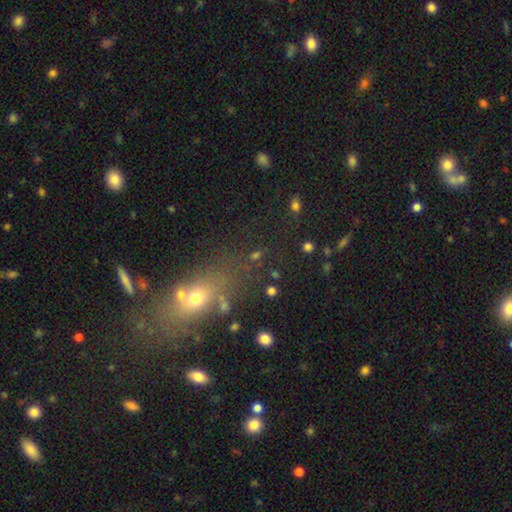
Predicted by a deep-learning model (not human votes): Smooth or featured? Predicted: smooth (p=0.54). How rounded? Predicted: round (p=0.45). Merging? Predicted: none (p=0.61).